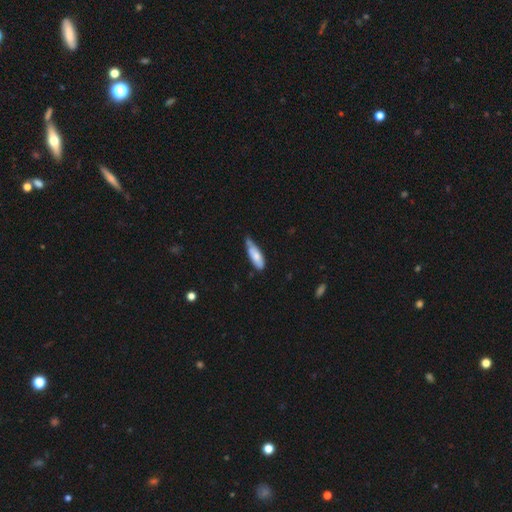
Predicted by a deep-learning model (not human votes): smooth_or_featured: smooth (p=0.73) [alt: featured or disk p=0.21]
how_rounded: in between (p=0.55) [alt: cigar-shaped p=0.44]
merging: none (p=0.47) [alt: minor disturbance p=0.39]